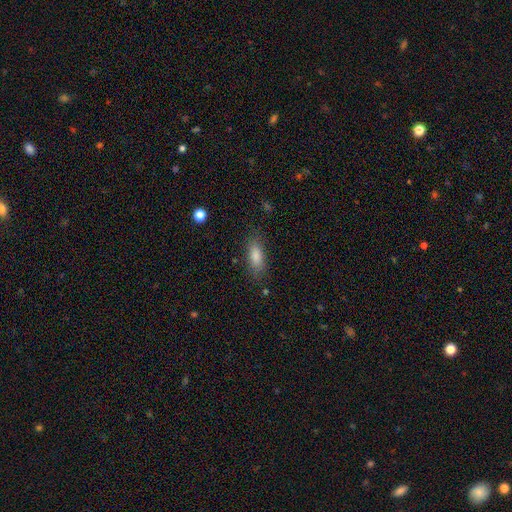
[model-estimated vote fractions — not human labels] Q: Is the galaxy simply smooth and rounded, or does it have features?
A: smooth — 81%.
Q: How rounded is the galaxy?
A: in between — 72%.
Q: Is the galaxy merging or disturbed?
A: none — 82%.